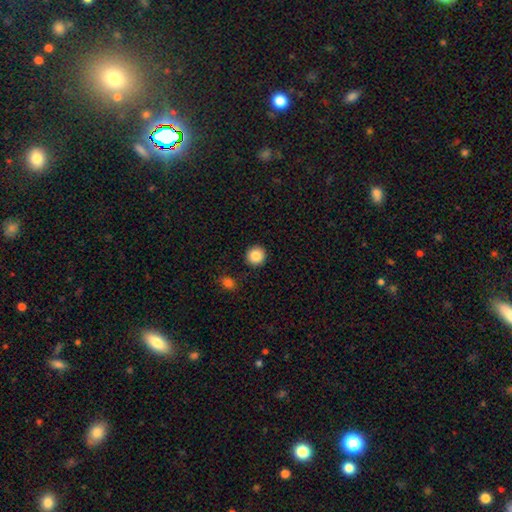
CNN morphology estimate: The model was most divided on "smooth or featured": smooth: 86%, star or artifact: 9%, featured or disk: 5%. More confident: how rounded — round (95%); merging — none (92%).